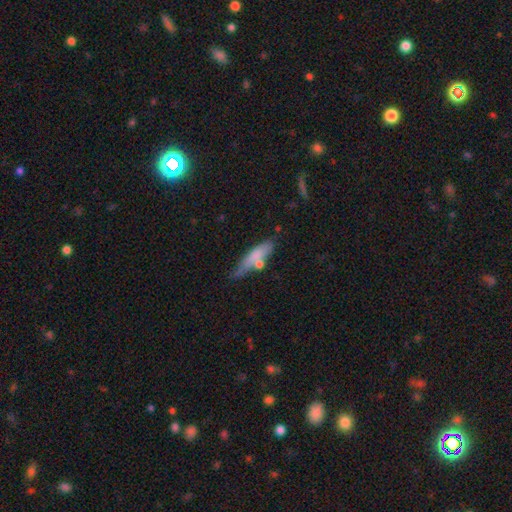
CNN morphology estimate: smooth 67%, featured or disk 25%, star or artifact 7%. Down the decision tree: how rounded — cigar-shaped (74%); merging — none (56%).